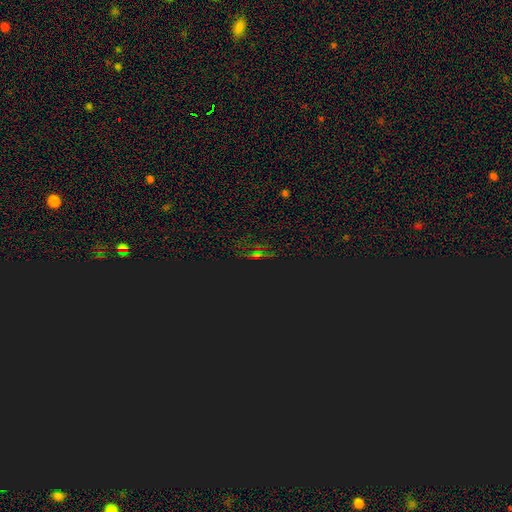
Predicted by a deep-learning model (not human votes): This is likely a star or artifact rather than a galaxy (72%).